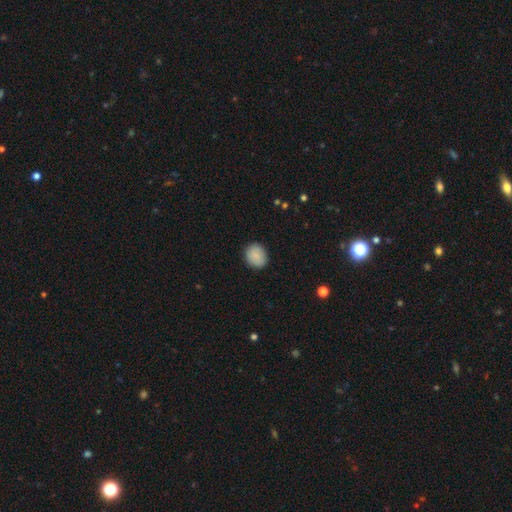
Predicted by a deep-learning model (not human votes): A smooth galaxy with no disk features (88%) that is round (64%). Merging: none (87%).